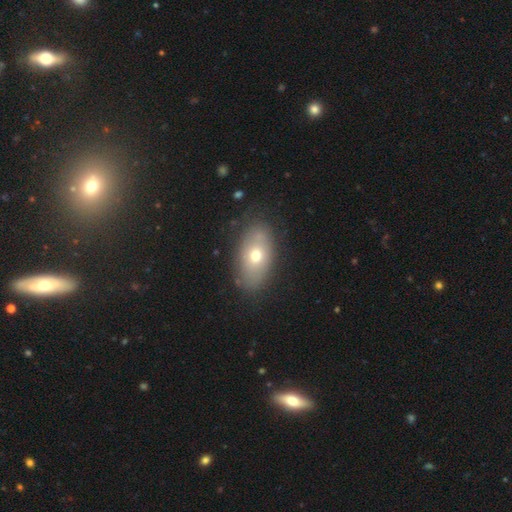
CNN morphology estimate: Smooth or featured: smooth — 61% (featured or disk — 31%)
How rounded: in between — 90% (round — 8%)
Merging: none — 80% (minor disturbance — 14%)